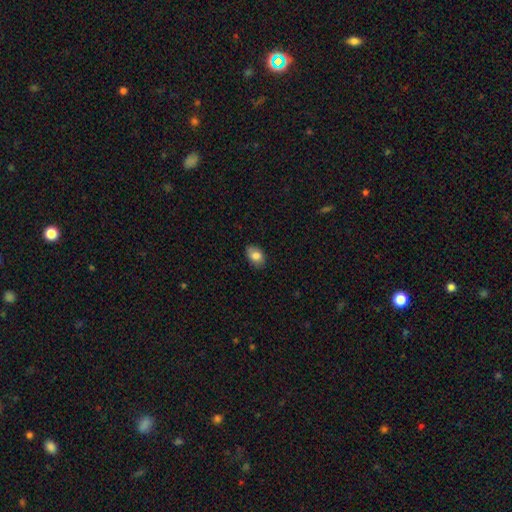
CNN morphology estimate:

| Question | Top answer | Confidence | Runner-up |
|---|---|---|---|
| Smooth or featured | smooth | 84% | featured or disk (9%) |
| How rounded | in between | 84% | round (15%) |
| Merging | none | 82% | minor disturbance (15%) |